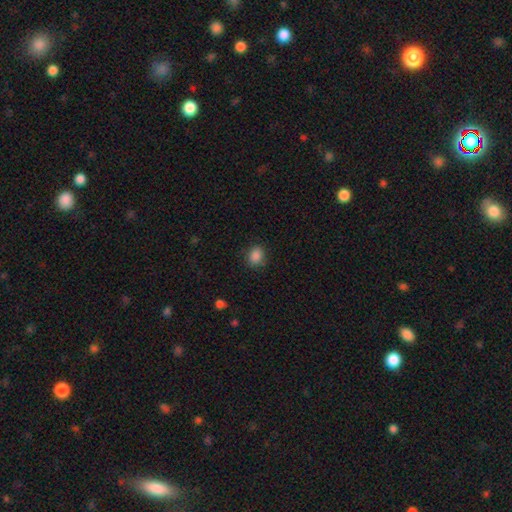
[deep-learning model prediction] Q: Smooth or featured?
A: smooth (86%); runner-up: star or artifact (10%)
Q: How rounded?
A: round (54%); runner-up: in between (45%)
Q: Merging?
A: none (83%); runner-up: minor disturbance (13%)